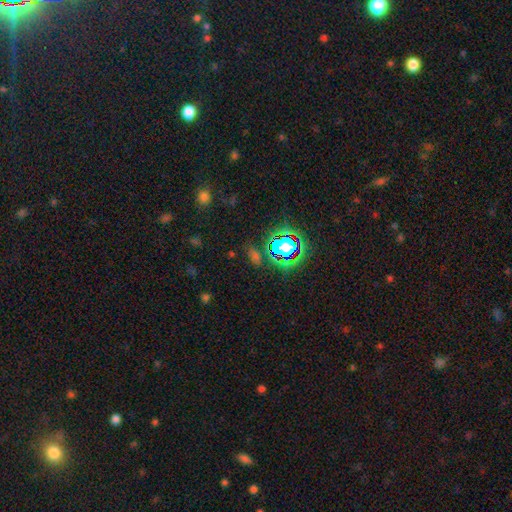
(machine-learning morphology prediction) A star or artifact, not a galaxy (57%).